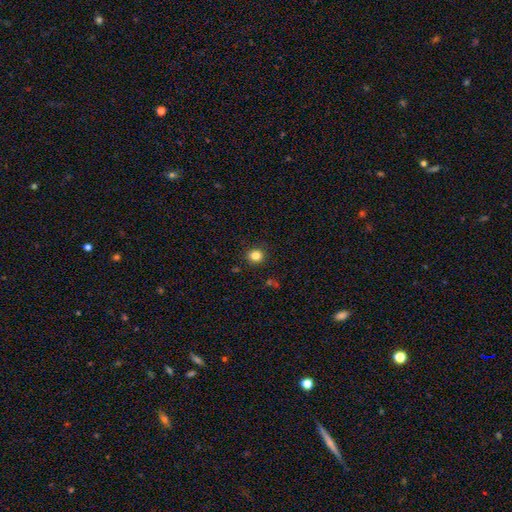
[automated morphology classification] smooth-or-featured: smooth: 83% | star or artifact: 12% | featured or disk: 5%
  how-rounded: round: 83% | in between: 16% | cigar-shaped: 1%
  merging: none: 90% | minor disturbance: 7% | major disturbance: 2% | merger: 1%